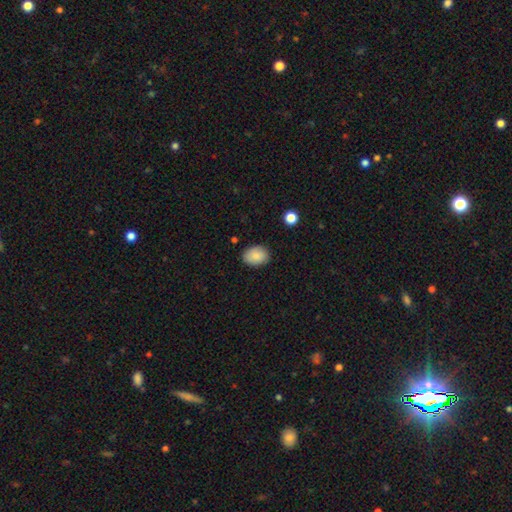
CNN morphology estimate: Smooth or featured? Predicted: smooth (p=0.88). How rounded? Predicted: in between (p=0.69). Merging? Predicted: none (p=0.86).